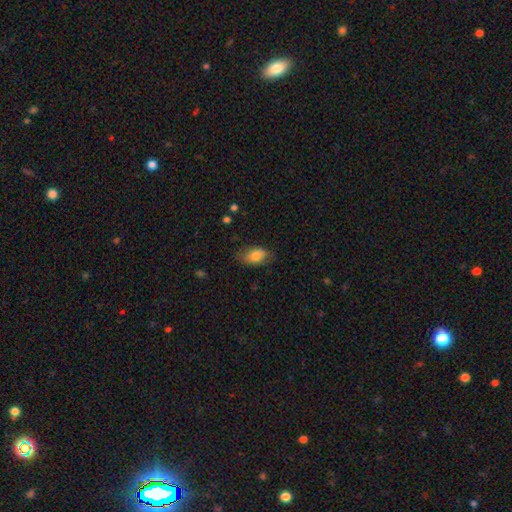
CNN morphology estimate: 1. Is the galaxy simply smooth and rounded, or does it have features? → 77% smooth, 16% featured or disk, 7% star or artifact.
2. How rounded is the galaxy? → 91% in between, 7% round, 2% cigar-shaped.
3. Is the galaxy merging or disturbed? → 70% none, 22% minor disturbance, 7% major disturbance, 1% merger.